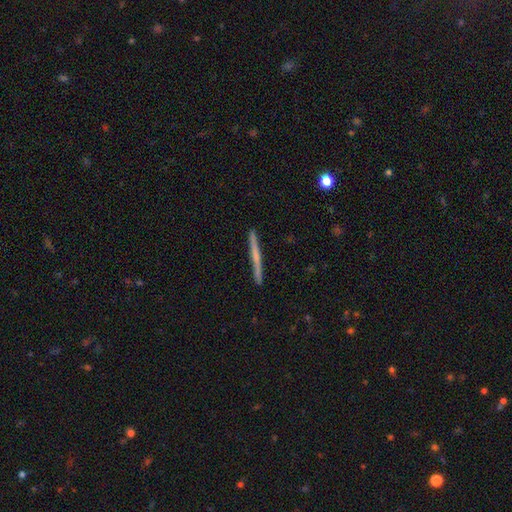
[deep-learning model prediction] This appears to be a featured or disk galaxy (55%) viewed edge-on (98%) with no central bulge (69%). Merging: none (92%).